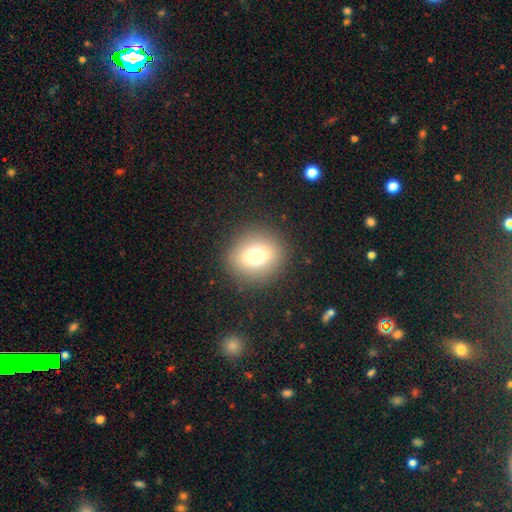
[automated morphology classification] Smooth or featured? Predicted: smooth (p=0.73). How rounded? Predicted: round (p=0.82). Merging? Predicted: none (p=0.89).